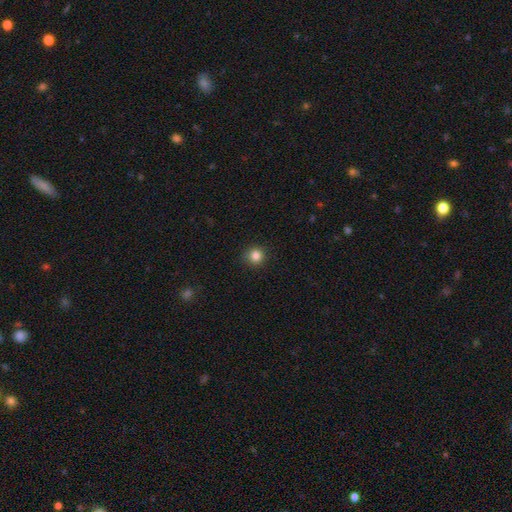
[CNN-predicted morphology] Overall: smooth (83%). How rounded: round (91%). Merging: none (89%).